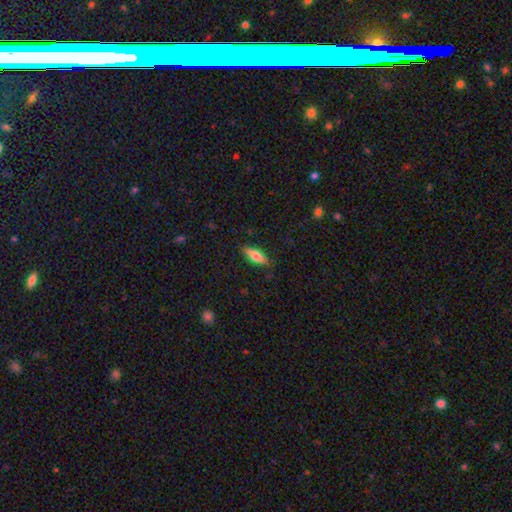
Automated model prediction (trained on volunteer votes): smooth-or-featured: smooth: 66% | featured or disk: 28% | star or artifact: 6%
  how-rounded: in between: 56% | cigar-shaped: 42% | round: 2%
  merging: none: 85% | minor disturbance: 12% | major disturbance: 2% | merger: 1%